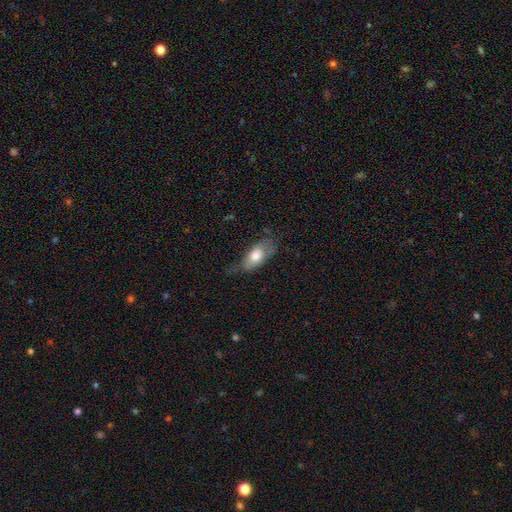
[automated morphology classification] Smooth or featured? Predicted: smooth (p=0.69). How rounded? Predicted: in between (p=0.87). Merging? Predicted: none (p=0.47).